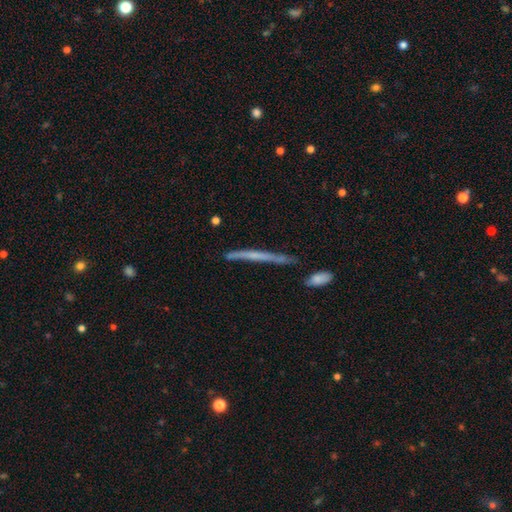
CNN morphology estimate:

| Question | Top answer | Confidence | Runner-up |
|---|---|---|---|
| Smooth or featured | featured or disk | 54% | smooth (38%) |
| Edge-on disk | yes | 93% | no (7%) |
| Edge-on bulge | none | 79% | rounded (14%) |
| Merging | none | 74% | minor disturbance (16%) |